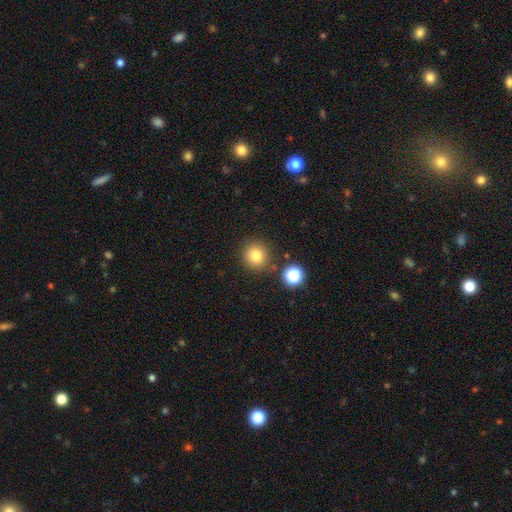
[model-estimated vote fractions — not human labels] Overall: smooth (80%). How rounded: round (93%). Merging: none (85%).